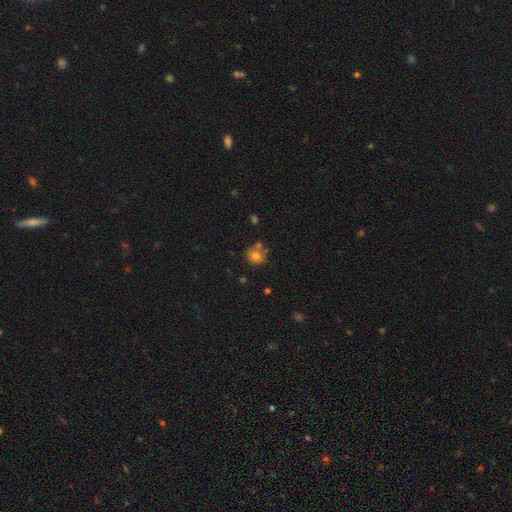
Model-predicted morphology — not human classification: smooth-or-featured: smooth: 78% | star or artifact: 12% | featured or disk: 10%
  how-rounded: round: 78% | in between: 21% | cigar-shaped: 1%
  merging: none: 65% | minor disturbance: 16% | merger: 15% | major disturbance: 4%